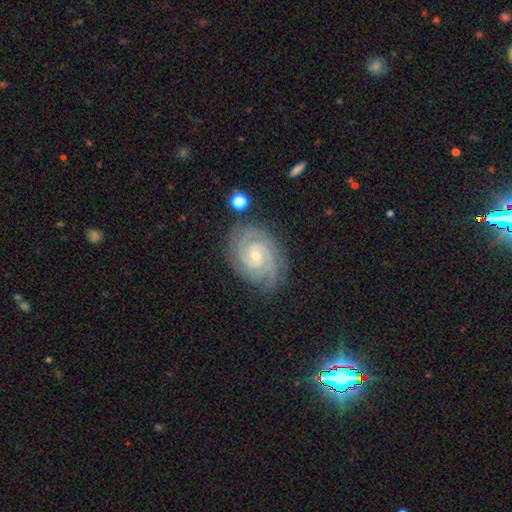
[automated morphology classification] Smooth or featured: featured or disk — 91% (star or artifact — 5%)
Edge-on disk: no — 98% (yes — 2%)
Bar: no — 51% (weak — 38%)
Spiral arms: yes — 99% (no — 1%)
Spiral winding: tight — 79% (medium — 19%)
Spiral arm count: 2 — 37% (3 — 31%)
Bulge size: small — 69% (moderate — 27%)
Merging: none — 81% (minor disturbance — 14%)